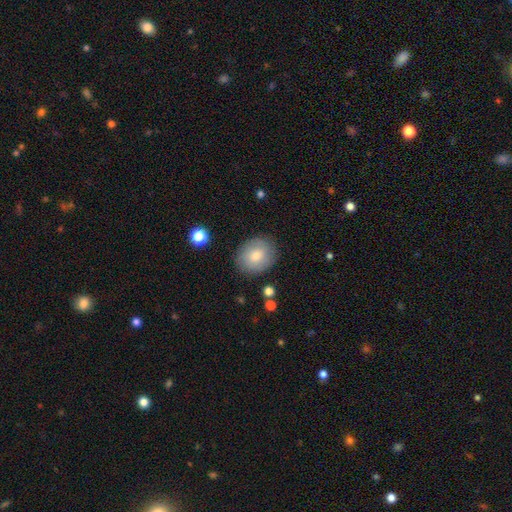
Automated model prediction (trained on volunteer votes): This appears to be a smooth galaxy with no disk features (72%) that is round (63%). Merging: none (86%).